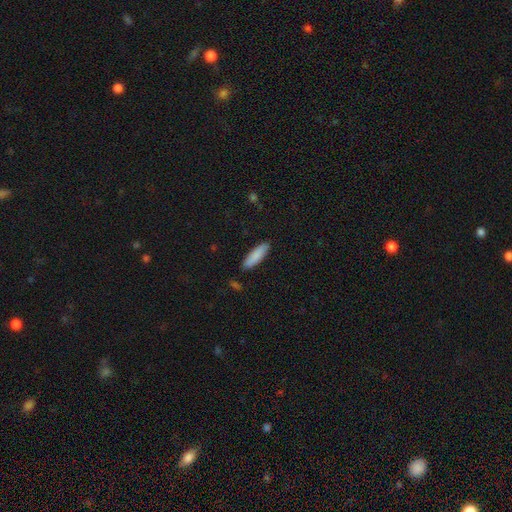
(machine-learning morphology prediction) The model was most divided on "how rounded": cigar-shaped: 59%, in between: 40%, round: 1%. More confident: merging — none (88%); smooth or featured — smooth (87%).